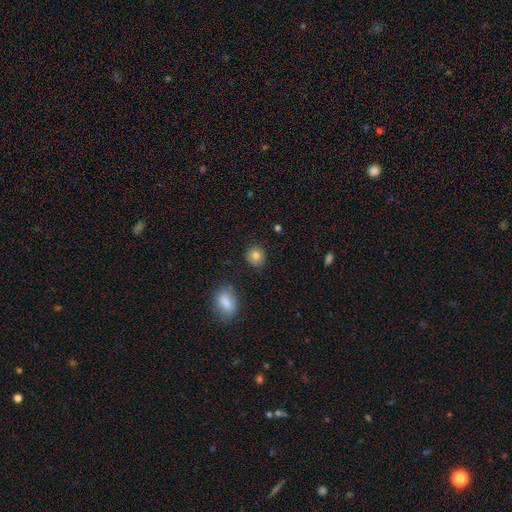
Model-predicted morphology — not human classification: A smooth galaxy with no disk features (80%) that is round (85%). Merging: none (85%).